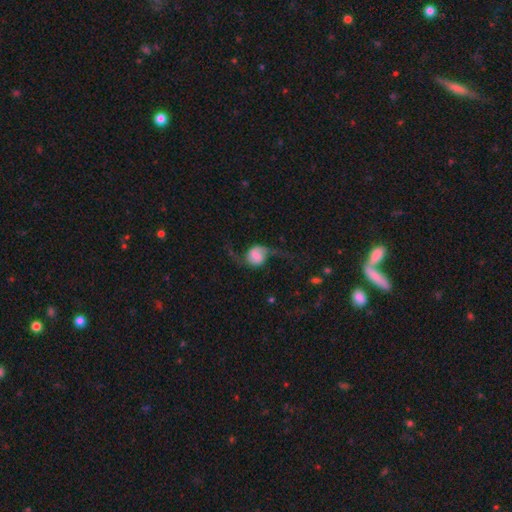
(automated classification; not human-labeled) This is likely a featured or disk galaxy (71%). It is clearly not viewed edge-on (97%). Bar: possibly no (53%). Spiral arm pattern: clearly yes (94%). Spiral arm count: clearly 2 (91%). Spiral winding: clearly loose (83%). Central bulge: marginally none (25%). Merging: possibly none (57%).